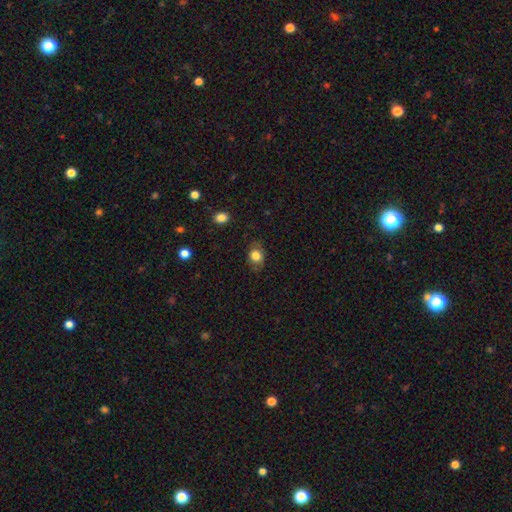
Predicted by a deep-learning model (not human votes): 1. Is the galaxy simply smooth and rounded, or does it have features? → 80% smooth, 11% featured or disk, 9% star or artifact.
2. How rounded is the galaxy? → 60% in between, 38% round, 1% cigar-shaped.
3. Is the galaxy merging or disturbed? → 76% none, 18% minor disturbance, 5% major disturbance, 1% merger.